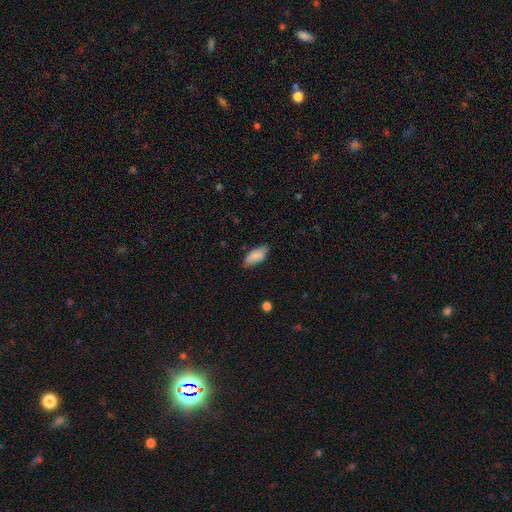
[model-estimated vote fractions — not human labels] Morphology: type=smooth (86%); roundness=in between (87%); merging=none (75%).